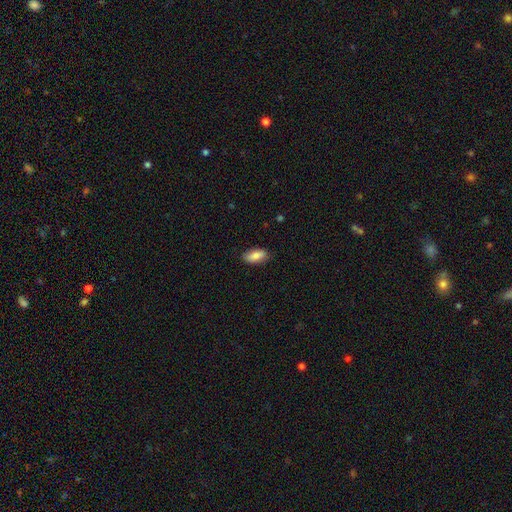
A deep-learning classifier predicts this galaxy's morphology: The model was most divided on "merging": none: 84%, minor disturbance: 12%, major disturbance: 2%, merger: 1%. More confident: how rounded — in between (90%); smooth or featured — smooth (84%).